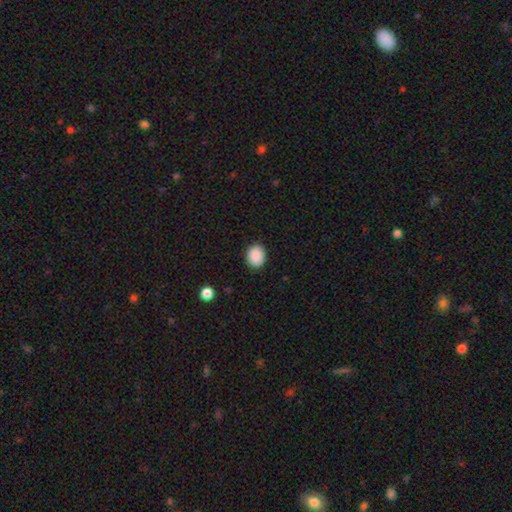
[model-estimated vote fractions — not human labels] smooth-or-featured: smooth: 89% | star or artifact: 8% | featured or disk: 2%
  how-rounded: round: 57% | in between: 42% | cigar-shaped: 1%
  merging: none: 89% | minor disturbance: 8% | major disturbance: 2% | merger: 1%